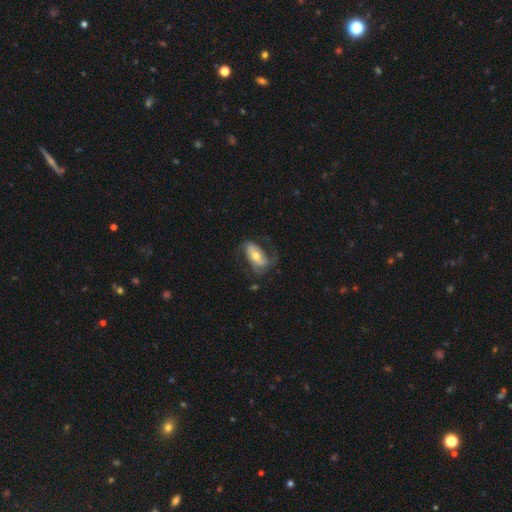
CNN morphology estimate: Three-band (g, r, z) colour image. It shows a featured or disk galaxy (65%) with a strong bar (38%), spiral arms (82%) and a moderate central bulge (61%). Merging: none (57%).